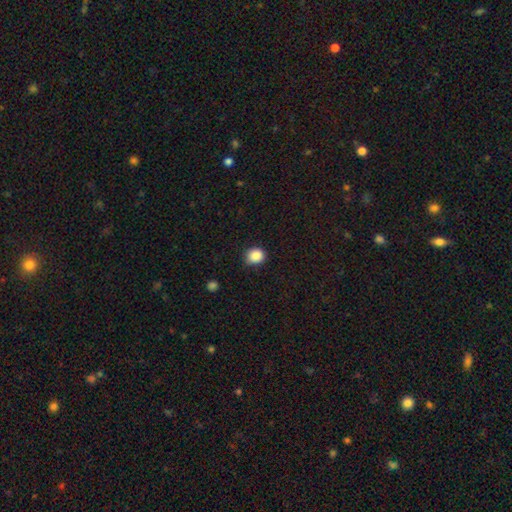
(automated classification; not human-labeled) Smooth or featured? Predicted: smooth (p=0.87). How rounded? Predicted: round (p=0.76). Merging? Predicted: none (p=0.79).